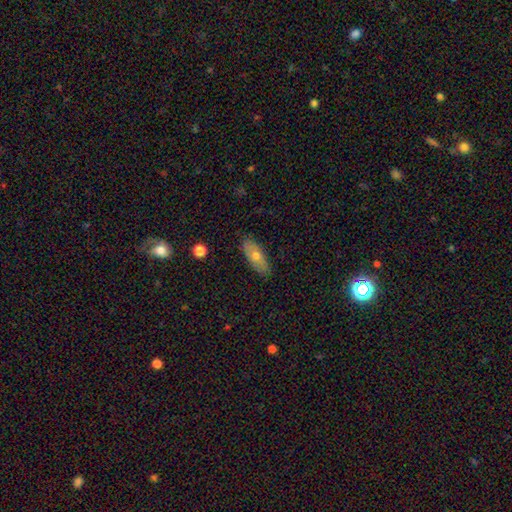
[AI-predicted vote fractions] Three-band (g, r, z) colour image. It shows a smooth galaxy with no disk features (59%) that is in between round and cigar-shaped (71%). Merging: none (86%).